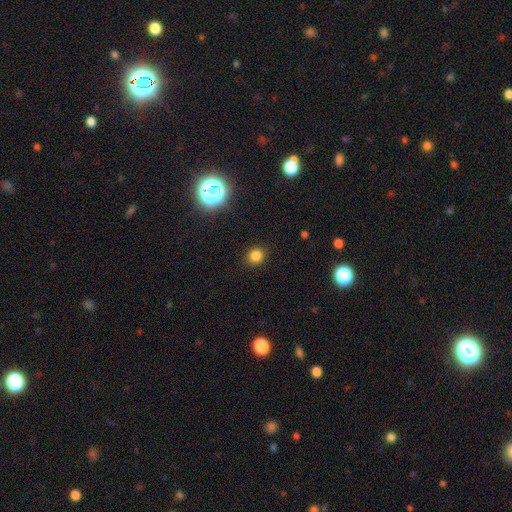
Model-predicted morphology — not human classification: Smooth or featured? Predicted: smooth (p=0.81). How rounded? Predicted: round (p=0.79). Merging? Predicted: none (p=0.89).